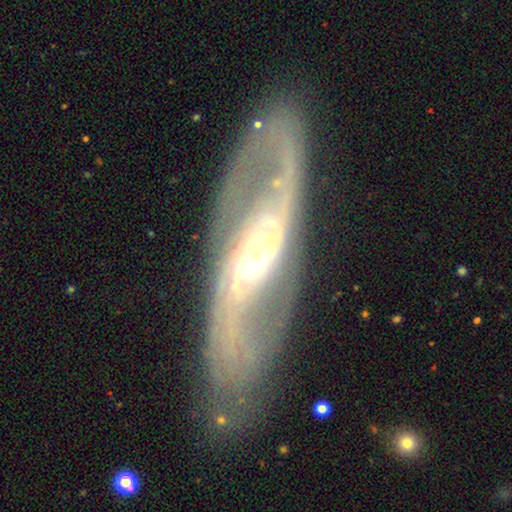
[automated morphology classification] A featured or disk galaxy (87%) with a weak bar (41%), 2 (82%) medium (47%) spiral arms (94%) and a small central bulge (56%).

Vote fractions:
- Smooth or featured? featured or disk: 87% / smooth: 8% / star or artifact: 6%
- Edge-on disk? no: 86% / yes: 14%
- Bar? weak: 41% / no: 31% / strong: 28%
- Spiral arms? yes: 94% / no: 6%
- Spiral winding? medium: 47% / tight: 28% / loose: 25%
- Spiral arm count? 2: 82% / can't tell: 10% / 3: 3% / 1: 2% / 4: 2% / more than 4: 2%
- Bulge size? small: 56% / moderate: 36% / large: 5% / none: 2% / dominant: 1%
- Merging? none: 80% / minor disturbance: 13% / major disturbance: 6% / merger: 2%